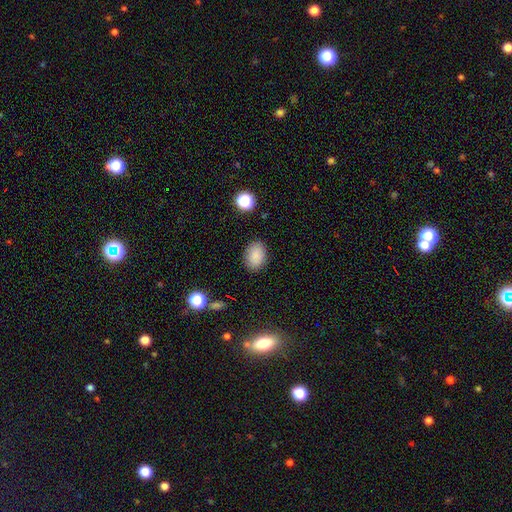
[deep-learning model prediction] The model was most divided on "how rounded": in between: 80%, round: 19%, cigar-shaped: 1%. More confident: merging — none (86%); smooth or featured — smooth (86%).